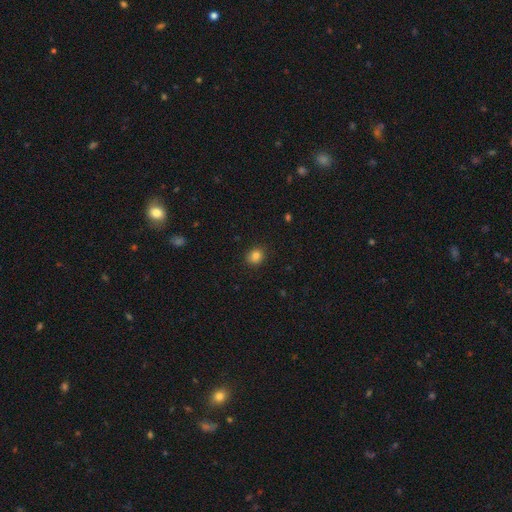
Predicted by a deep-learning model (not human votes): A smooth galaxy with no disk features (83%) that is round (70%). Merging: none (87%).